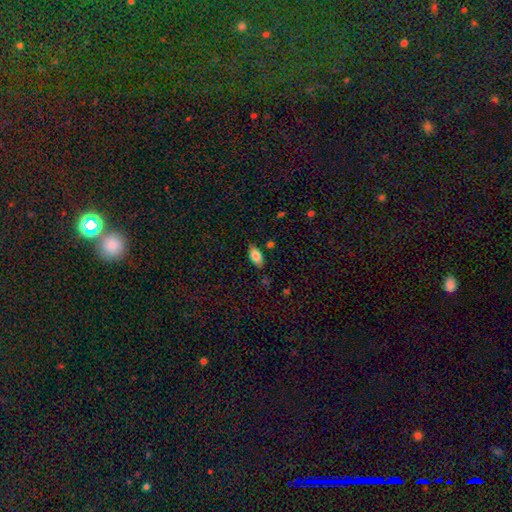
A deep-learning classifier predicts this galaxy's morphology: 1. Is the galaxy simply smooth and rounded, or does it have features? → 80% smooth, 12% featured or disk, 7% star or artifact.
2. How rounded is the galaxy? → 89% in between, 8% cigar-shaped, 3% round.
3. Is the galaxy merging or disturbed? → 81% none, 14% minor disturbance, 3% major disturbance, 3% merger.